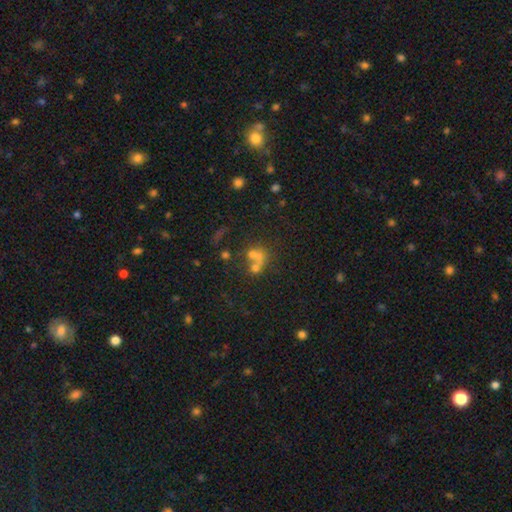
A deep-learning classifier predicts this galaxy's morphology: Overall: smooth (50%; star or artifact 27%). How rounded: round (63%; in between 35%). Merging: merger (50%; none 32%).